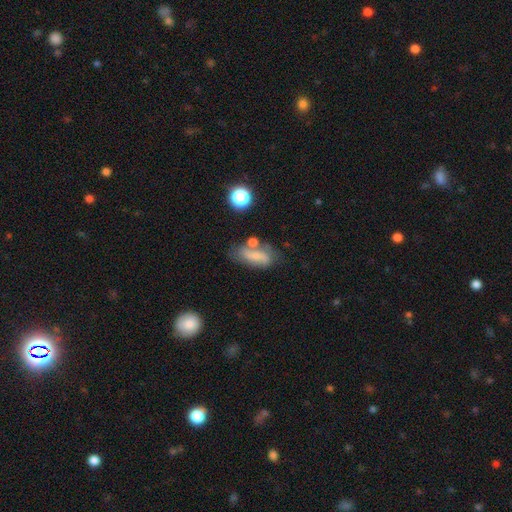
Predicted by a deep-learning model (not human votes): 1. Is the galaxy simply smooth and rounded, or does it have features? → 50% smooth, 39% featured or disk, 12% star or artifact.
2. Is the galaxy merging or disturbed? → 48% none, 24% minor disturbance, 16% merger, 11% major disturbance.